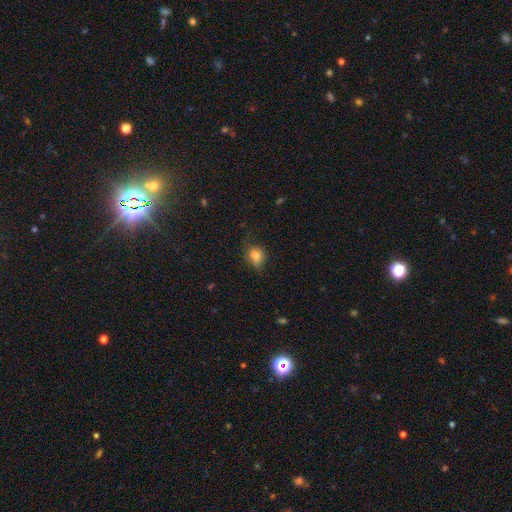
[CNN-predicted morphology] type=smooth (76%); roundness=in between (55%); merging=none (54%).